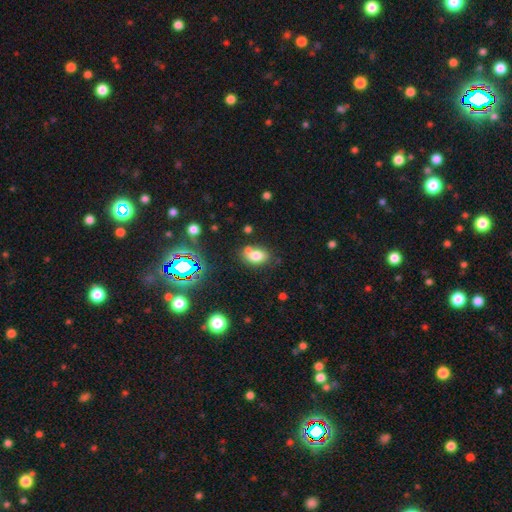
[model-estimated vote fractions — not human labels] This appears to be a smooth galaxy with no disk features (73%) that is in between round and cigar-shaped (78%). Merging: none (53%).